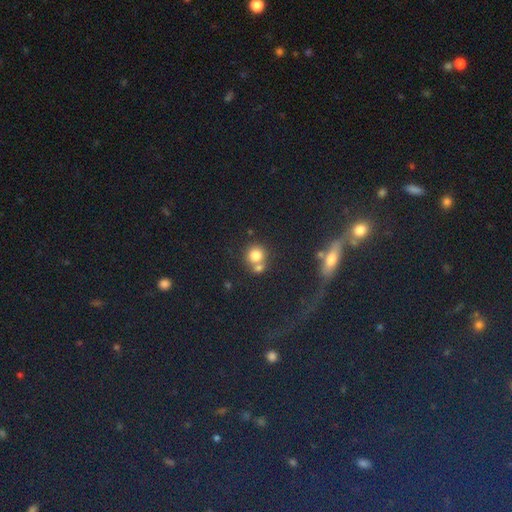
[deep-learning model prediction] smooth 77%, star or artifact 14%, featured or disk 9%. Down the decision tree: how rounded — round (87%); merging — none (49%).